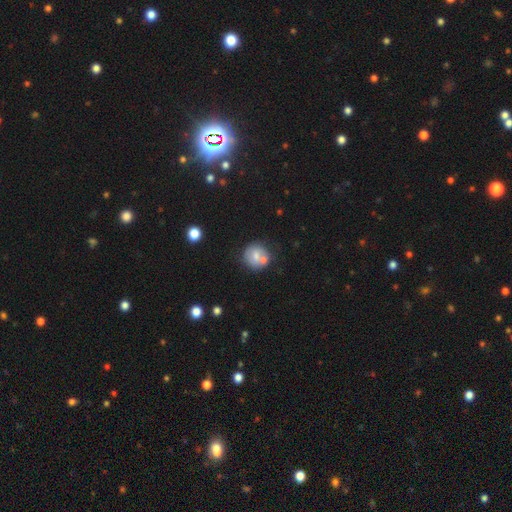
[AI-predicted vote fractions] Smooth or featured? Predicted: smooth (p=0.61). How rounded? Predicted: round (p=0.84). Merging? Predicted: none (p=0.53).